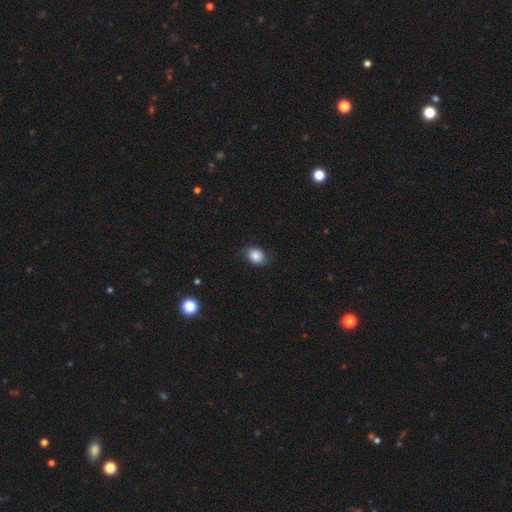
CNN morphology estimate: Smooth or featured? smooth (86%)
How rounded? in between (57%)
Merging? none (81%)